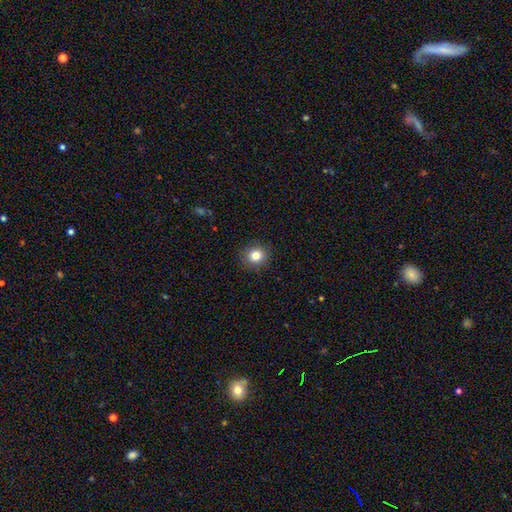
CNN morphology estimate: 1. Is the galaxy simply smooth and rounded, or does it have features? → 83% smooth, 11% star or artifact, 6% featured or disk.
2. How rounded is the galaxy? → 86% round, 14% in between, 1% cigar-shaped.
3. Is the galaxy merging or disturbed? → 90% none, 7% minor disturbance, 2% major disturbance, 1% merger.